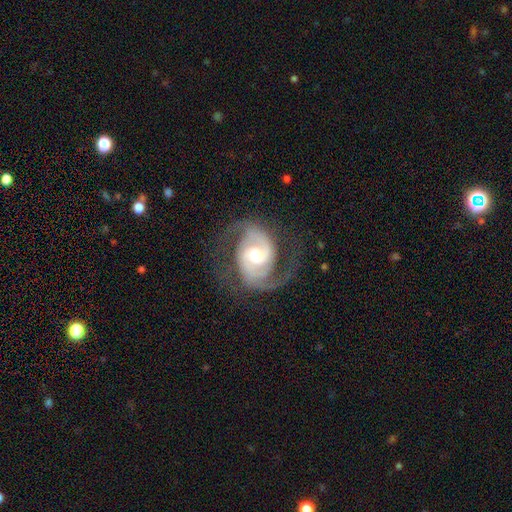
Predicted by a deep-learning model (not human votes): Overall: featured or disk (92%). Edge-on disk: no (98%). Bar: no (47%; weak 42%). Spiral arms: yes (98%). Spiral arm count: 2 (90%). Spiral winding: medium (53%; tight 33%). Bulge size: moderate (67%). Merging: none (73%).